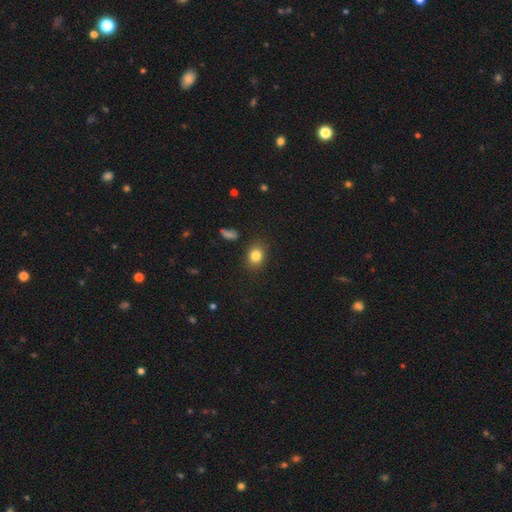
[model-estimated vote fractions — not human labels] Morphology: type=smooth (82%); roundness=round (51%); merging=none (85%).